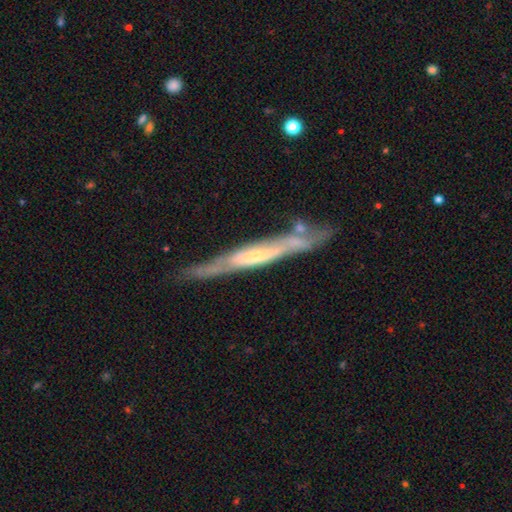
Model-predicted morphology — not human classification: type=featured or disk (71%); edge-on=yes (77%); edge-on bulge=none (43%); merging=none (60%).